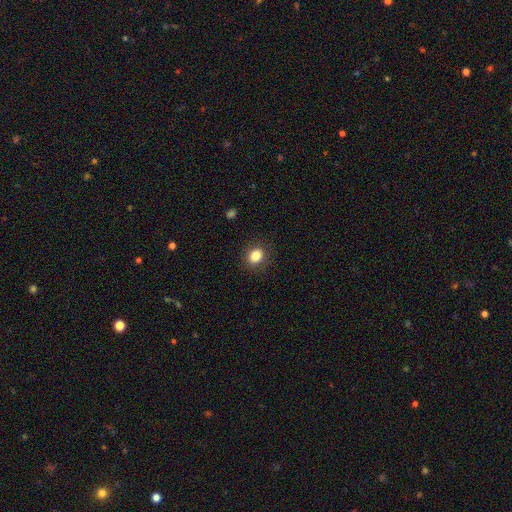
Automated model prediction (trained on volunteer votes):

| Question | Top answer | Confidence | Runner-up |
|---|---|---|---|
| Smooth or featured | smooth | 84% | star or artifact (10%) |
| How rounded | round | 59% | in between (40%) |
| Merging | none | 88% | minor disturbance (8%) |